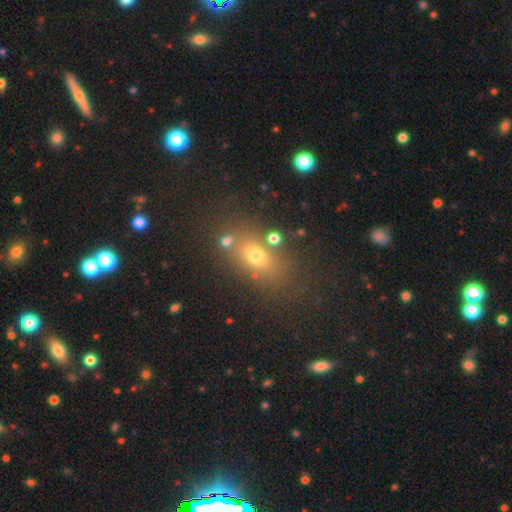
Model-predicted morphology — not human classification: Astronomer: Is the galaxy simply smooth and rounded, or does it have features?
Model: smooth — 65%.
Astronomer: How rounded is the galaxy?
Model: in between — 72%.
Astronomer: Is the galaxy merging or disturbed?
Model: none — 74%.